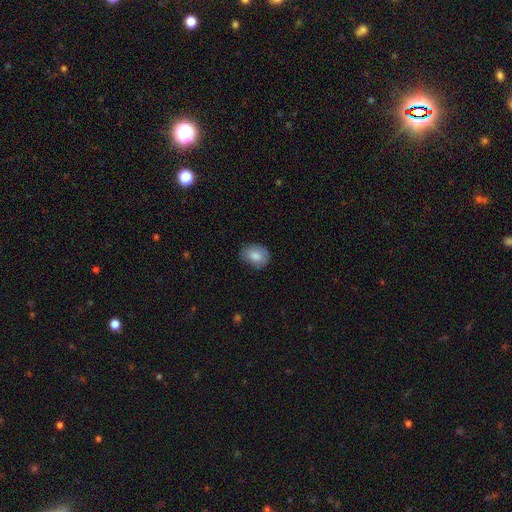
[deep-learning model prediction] smooth_or_featured: smooth (p=0.82) [alt: featured or disk p=0.10]
how_rounded: in between (p=0.61) [alt: round p=0.38]
merging: none (p=0.73) [alt: minor disturbance p=0.21]